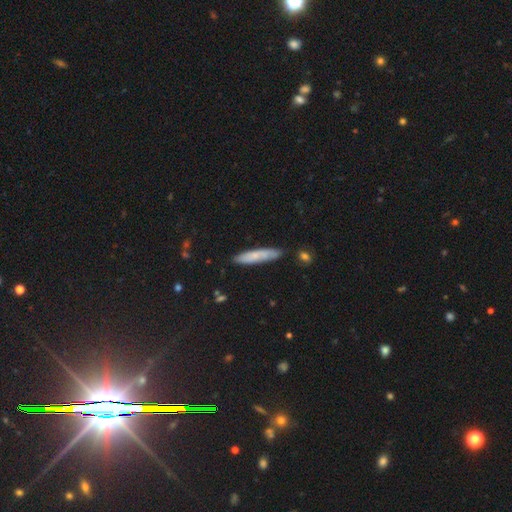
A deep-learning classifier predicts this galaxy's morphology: smooth-or-featured: smooth: 65% | featured or disk: 28% | star or artifact: 7%
  how-rounded: cigar-shaped: 84% | in between: 14% | round: 2%
  merging: none: 81% | minor disturbance: 15% | merger: 3% | major disturbance: 2%